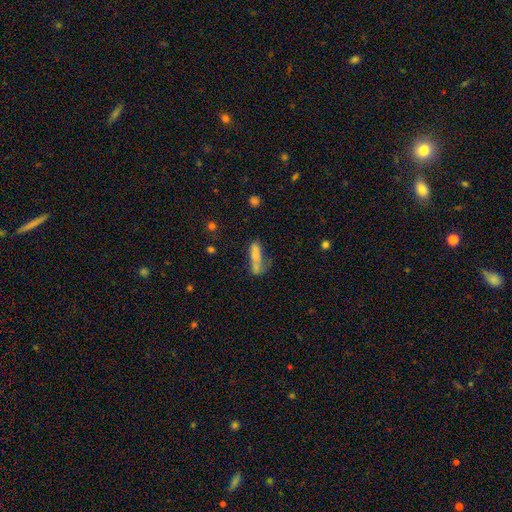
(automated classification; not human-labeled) Smooth or featured?
  - smooth: 70% *
  - featured or disk: 20%
  - star or artifact: 10%
How rounded?
  - cigar-shaped: 59% *
  - in between: 38%
  - round: 3%
Merging?
  - none: 34% *
  - merger: 24%
  - minor disturbance: 21%
  - major disturbance: 21%